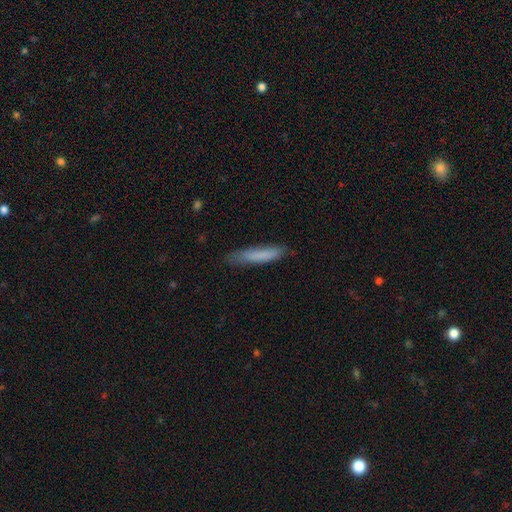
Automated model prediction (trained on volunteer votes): Overall: smooth (78%). How rounded: cigar-shaped (89%). Merging: none (80%).